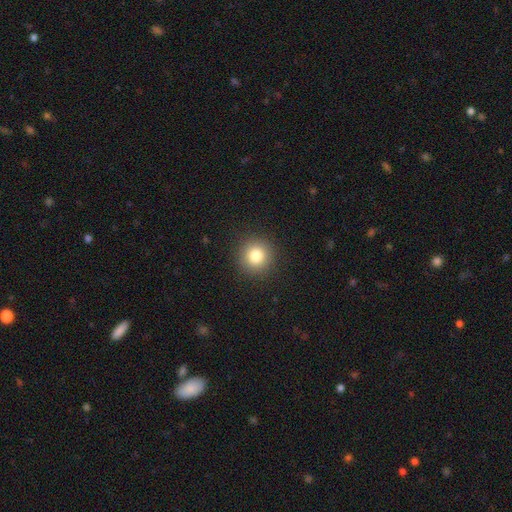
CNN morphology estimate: Smooth or featured?
  - smooth: 81% *
  - star or artifact: 11%
  - featured or disk: 7%
How rounded?
  - round: 93% *
  - in between: 6%
  - cigar-shaped: 1%
Merging?
  - none: 91% *
  - minor disturbance: 6%
  - major disturbance: 2%
  - merger: 1%